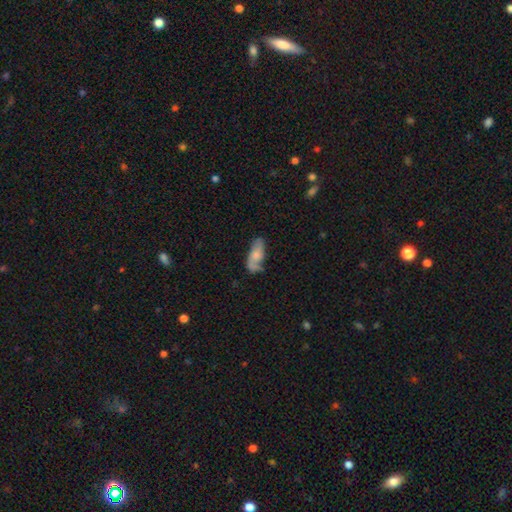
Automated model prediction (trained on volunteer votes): smooth-or-featured: smooth: 49% | featured or disk: 44% | star or artifact: 7%
  merging: none: 47% | minor disturbance: 30% | major disturbance: 18% | merger: 5%